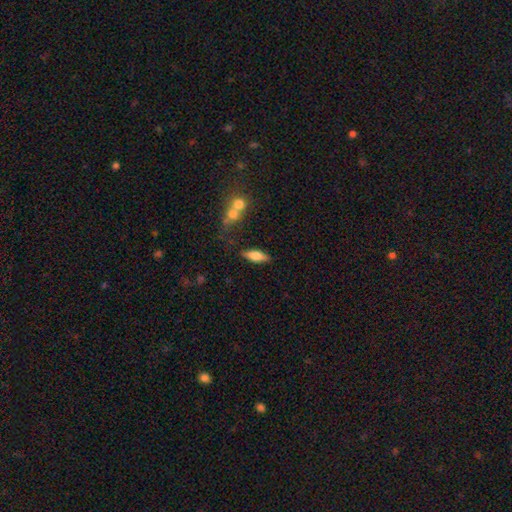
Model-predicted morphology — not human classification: Smooth or featured? smooth (64%)
How rounded? in between (62%)
Merging? none (78%)